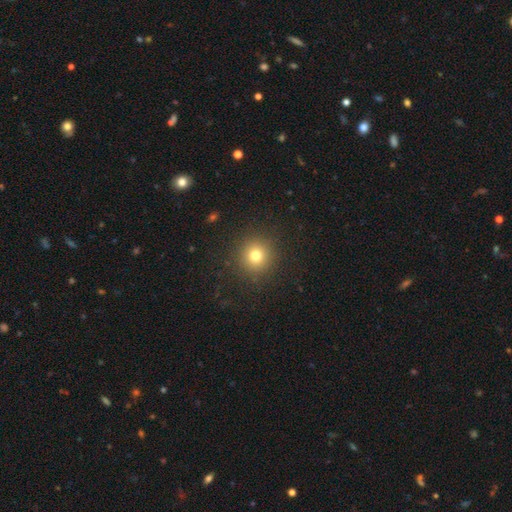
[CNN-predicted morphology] A smooth galaxy with no disk features (77%) that is round (93%).

Vote fractions:
- Smooth or featured? smooth: 77% / star or artifact: 15% / featured or disk: 8%
- How rounded? round: 93% / in between: 6% / cigar-shaped: 1%
- Merging? none: 90% / minor disturbance: 6% / major disturbance: 3% / merger: 1%